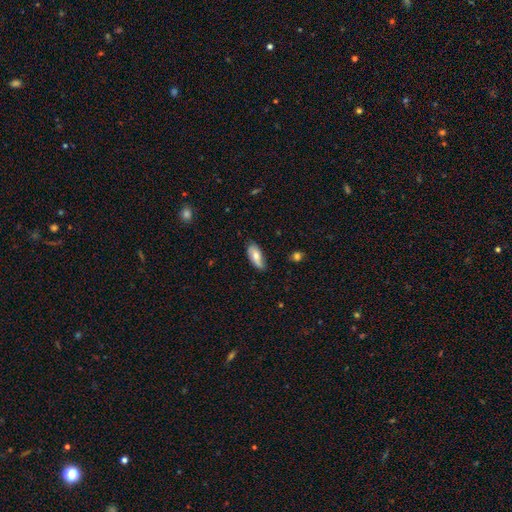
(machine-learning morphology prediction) Q: Smooth or featured?
A: smooth (65%); runner-up: featured or disk (28%)
Q: How rounded?
A: in between (84%); runner-up: cigar-shaped (13%)
Q: Merging?
A: none (68%); runner-up: minor disturbance (26%)